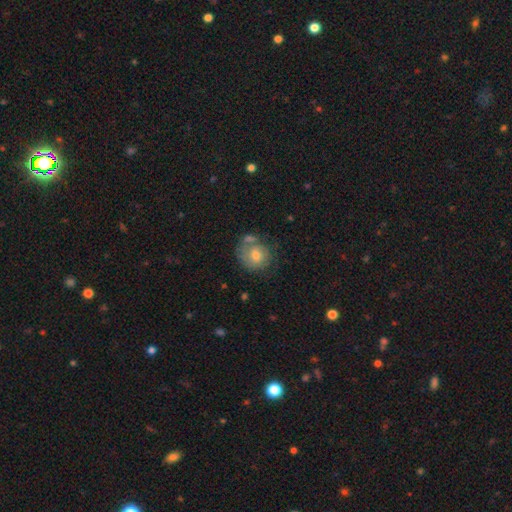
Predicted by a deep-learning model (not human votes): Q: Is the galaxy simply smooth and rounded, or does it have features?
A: smooth — 59%.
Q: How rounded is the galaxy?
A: round — 82%.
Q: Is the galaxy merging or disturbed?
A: none — 54%.